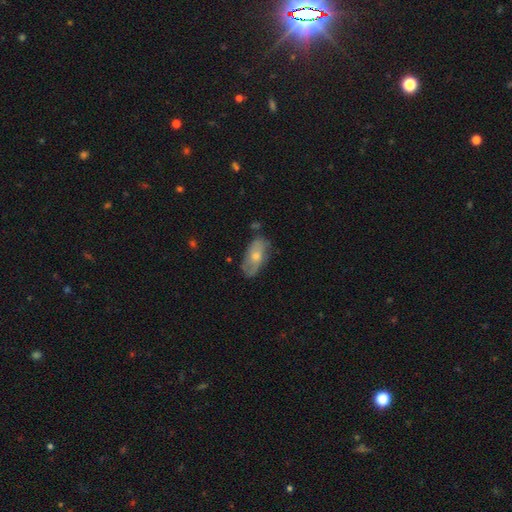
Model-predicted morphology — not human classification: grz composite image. It shows a featured or disk galaxy (52%). Merging: none (73%).